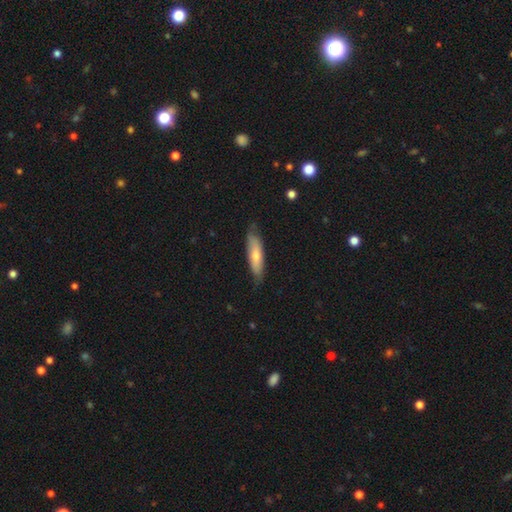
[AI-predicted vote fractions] smooth-or-featured: smooth: 64% | featured or disk: 31% | star or artifact: 5%
  how-rounded: cigar-shaped: 62% | in between: 36% | round: 2%
  merging: none: 73% | minor disturbance: 23% | major disturbance: 4% | merger: 1%